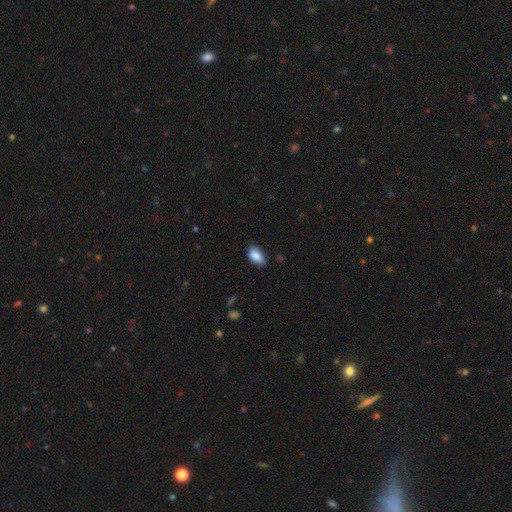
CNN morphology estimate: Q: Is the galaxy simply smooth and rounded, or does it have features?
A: smooth — 88%.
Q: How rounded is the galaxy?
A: in between — 93%.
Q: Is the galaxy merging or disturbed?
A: none — 80%.